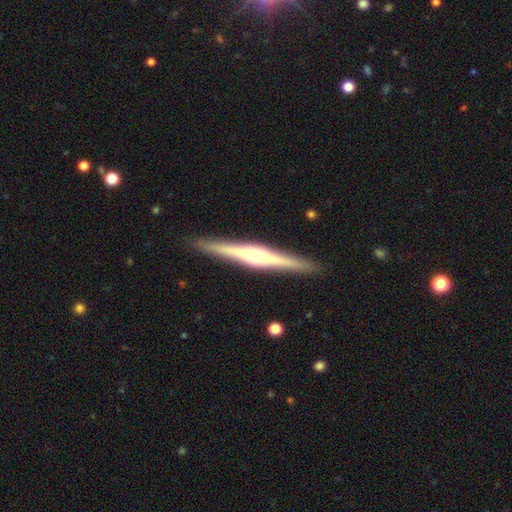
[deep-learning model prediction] Smooth or featured? featured or disk (80%)
Edge-on disk? yes (98%)
Edge-on bulge? rounded (82%)
Merging? none (91%)